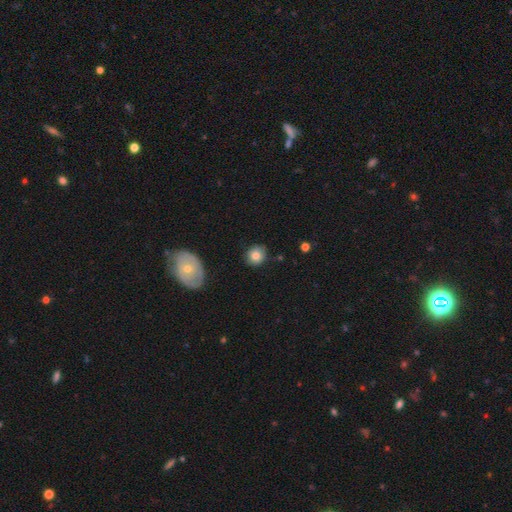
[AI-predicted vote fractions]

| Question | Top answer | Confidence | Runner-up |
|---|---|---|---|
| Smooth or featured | smooth | 78% | featured or disk (13%) |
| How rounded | round | 84% | in between (15%) |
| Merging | none | 82% | minor disturbance (13%) |